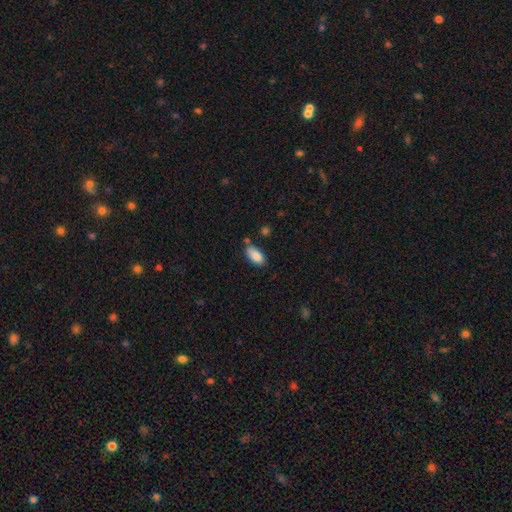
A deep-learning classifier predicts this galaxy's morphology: This is clearly a smooth galaxy (88%). How rounded: clearly in between (92%). Merging: likely none (71%).